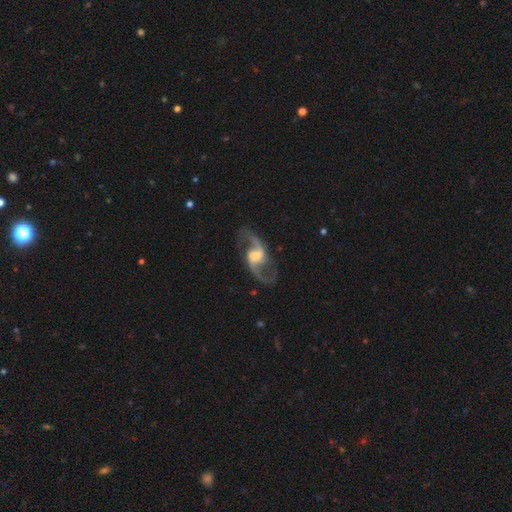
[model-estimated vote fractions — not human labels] This appears to be a featured or disk galaxy (92%) with a weak bar (49%), 2 (94%) loose (57%) spiral arms (97%) and a moderate central bulge (51%). Merging: none (81%).